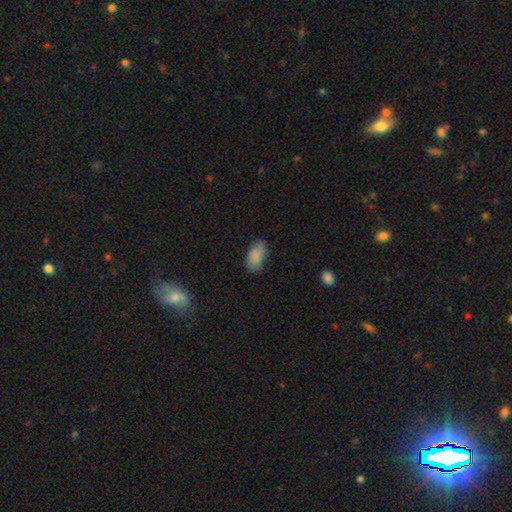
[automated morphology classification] This is clearly a smooth galaxy (87%). How rounded: clearly in between (93%). Merging: clearly none (81%).